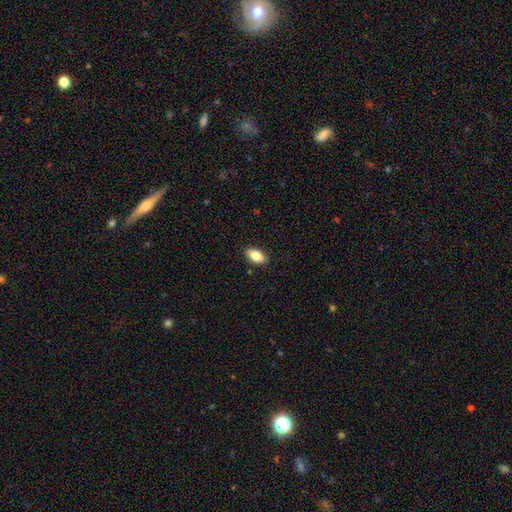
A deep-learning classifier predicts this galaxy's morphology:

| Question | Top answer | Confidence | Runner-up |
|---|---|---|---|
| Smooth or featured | smooth | 84% | featured or disk (9%) |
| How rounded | in between | 92% | cigar-shaped (5%) |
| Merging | none | 89% | minor disturbance (8%) |